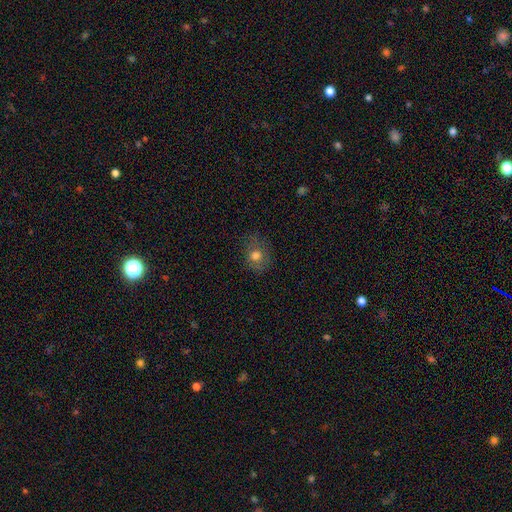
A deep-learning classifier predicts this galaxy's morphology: This is likely a smooth galaxy (72%). How rounded: likely round (71%). Merging: likely none (71%).